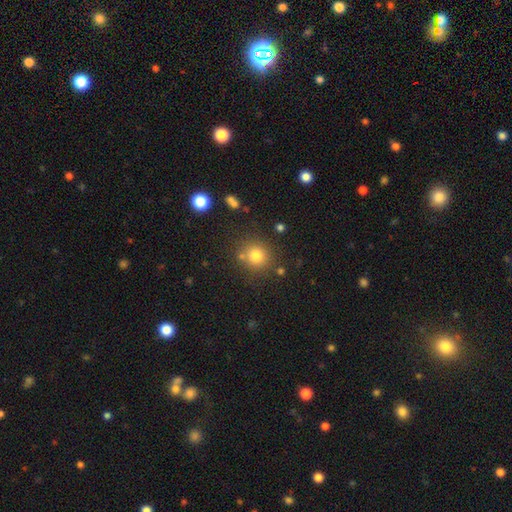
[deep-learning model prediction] Morphology: type=smooth (80%); roundness=round (87%); merging=none (78%).